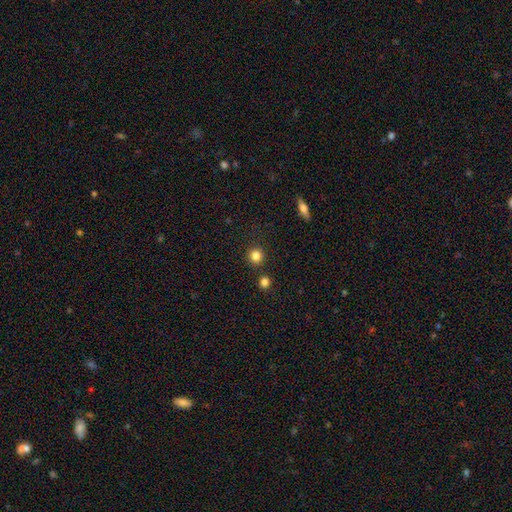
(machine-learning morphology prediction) smooth 83%, star or artifact 12%, featured or disk 5%. Down the decision tree: how rounded — round (93%); merging — none (87%).